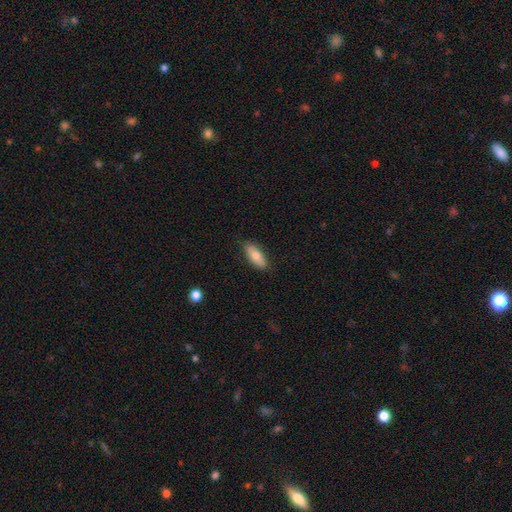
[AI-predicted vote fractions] A smooth galaxy with no disk features (76%) that is in between round and cigar-shaped (76%).

Vote fractions:
- Smooth or featured? smooth: 76% / featured or disk: 18% / star or artifact: 6%
- How rounded? in between: 76% / cigar-shaped: 21% / round: 3%
- Merging? none: 85% / minor disturbance: 12% / major disturbance: 2% / merger: 1%